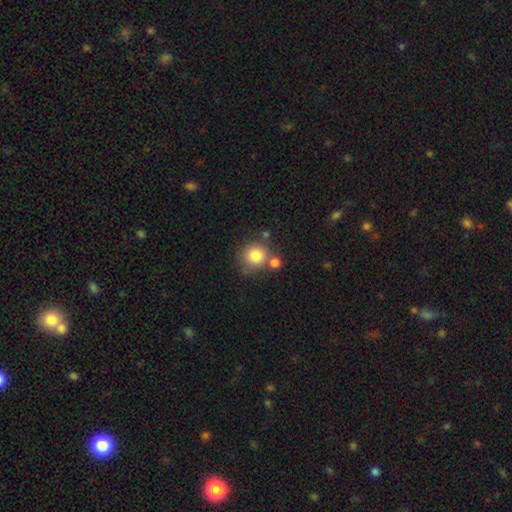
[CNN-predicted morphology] Smooth or featured? smooth (82%)
How rounded? round (87%)
Merging? none (60%)